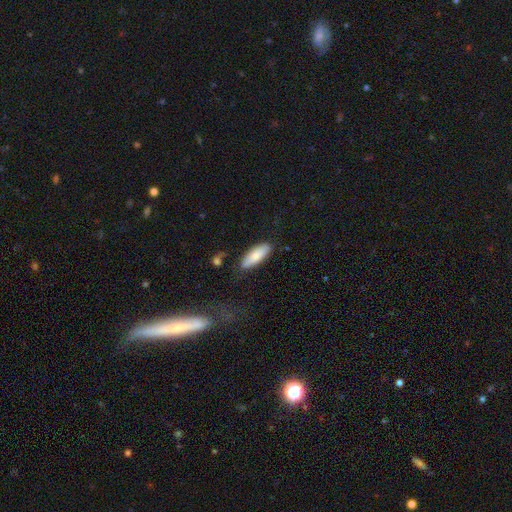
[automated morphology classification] This appears to be a smooth galaxy with no disk features (79%) that is in between round and cigar-shaped (66%). Merging: none (77%).